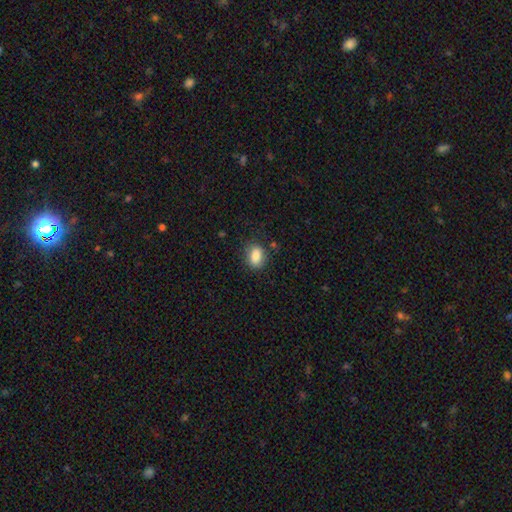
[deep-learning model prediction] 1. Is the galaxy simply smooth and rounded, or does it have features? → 86% smooth, 8% star or artifact, 6% featured or disk.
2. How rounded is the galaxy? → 74% in between, 23% round, 3% cigar-shaped.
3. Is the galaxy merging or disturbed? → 80% none, 14% minor disturbance, 4% major disturbance, 2% merger.